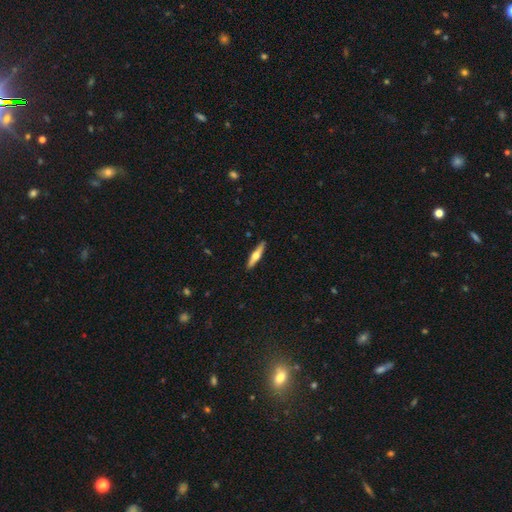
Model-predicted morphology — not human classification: Smooth or featured: featured or disk — 56% (smooth — 39%)
Edge-on disk: yes — 95% (no — 5%)
Edge-on bulge: rounded — 94% (none — 4%)
Merging: none — 91% (minor disturbance — 6%)